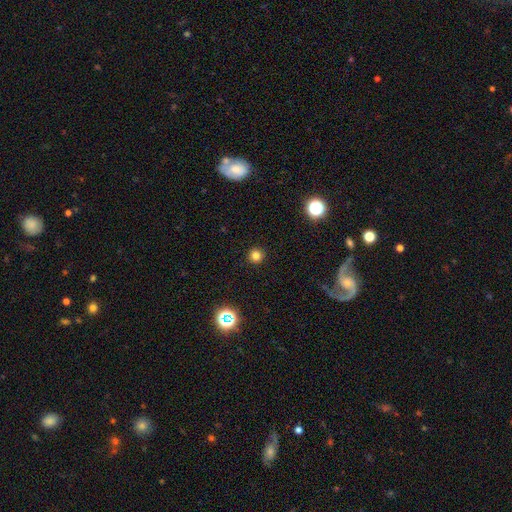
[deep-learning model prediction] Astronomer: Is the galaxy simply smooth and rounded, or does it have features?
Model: smooth — 78%.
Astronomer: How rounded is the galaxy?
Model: round — 95%.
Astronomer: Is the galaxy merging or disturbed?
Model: none — 92%.